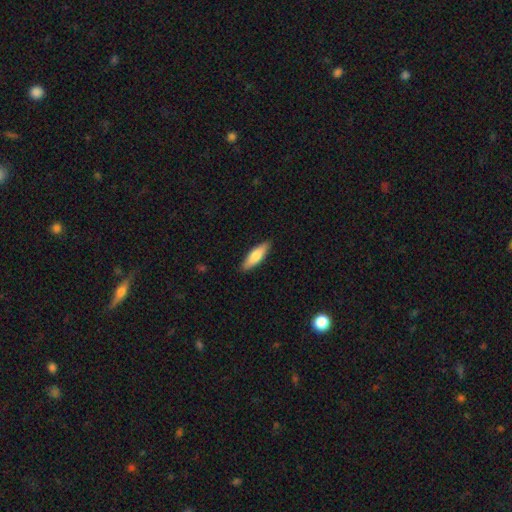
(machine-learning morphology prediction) smooth 75%, featured or disk 20%, star or artifact 5%. Down the decision tree: how rounded — cigar-shaped (58%); merging — none (89%).